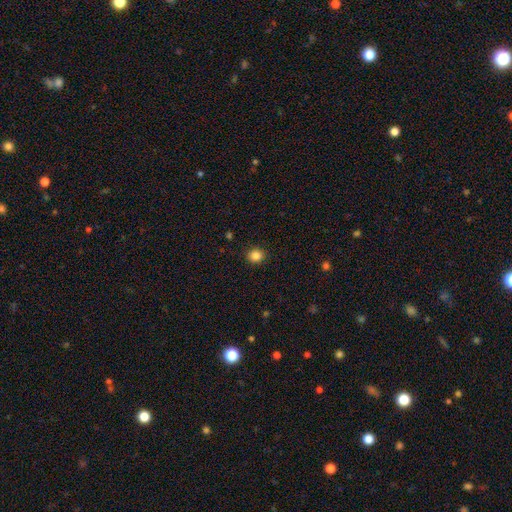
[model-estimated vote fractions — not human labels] A smooth galaxy with no disk features (85%) that is round (83%). Merging: none (91%).